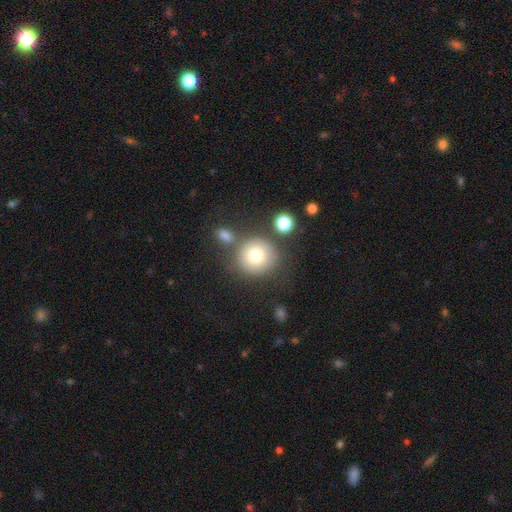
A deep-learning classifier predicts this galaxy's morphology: Q: Smooth or featured?
A: smooth (75%); runner-up: featured or disk (13%)
Q: How rounded?
A: round (92%); runner-up: in between (7%)
Q: Merging?
A: none (71%); runner-up: merger (12%)